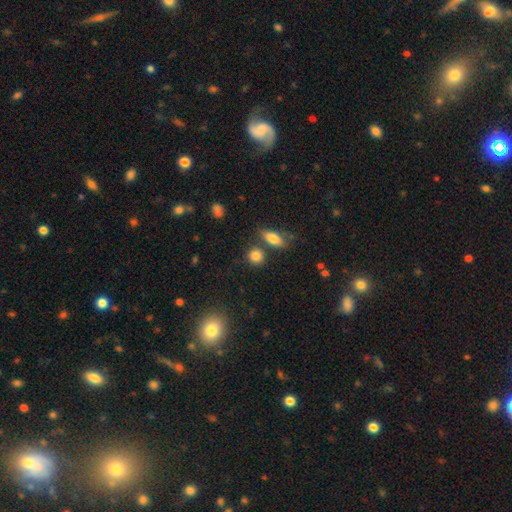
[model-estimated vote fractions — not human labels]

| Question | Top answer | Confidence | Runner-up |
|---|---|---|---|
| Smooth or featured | smooth | 84% | star or artifact (10%) |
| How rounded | round | 80% | in between (17%) |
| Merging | none | 74% | merger (11%) |